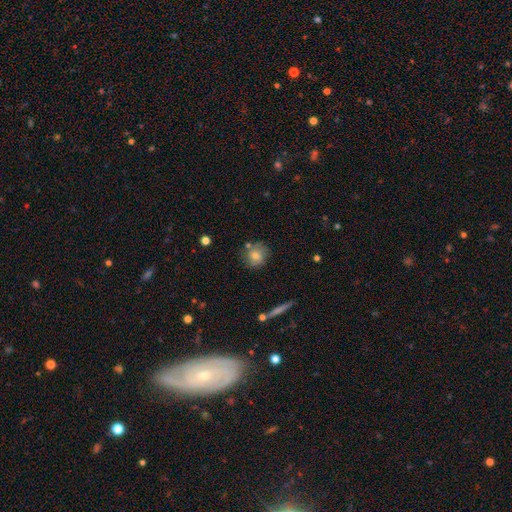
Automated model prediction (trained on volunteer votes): Morphology: type=smooth (68%); roundness=round (82%); merging=none (70%).